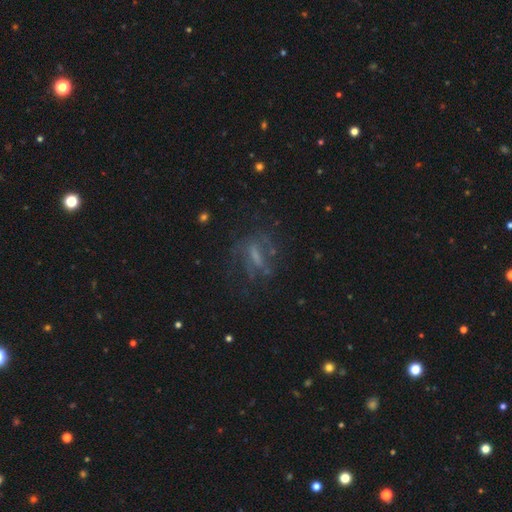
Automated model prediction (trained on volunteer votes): Smooth or featured? Predicted: featured or disk (p=0.56). Edge-on disk? Predicted: no (p=0.85). Merging? Predicted: none (p=0.56).